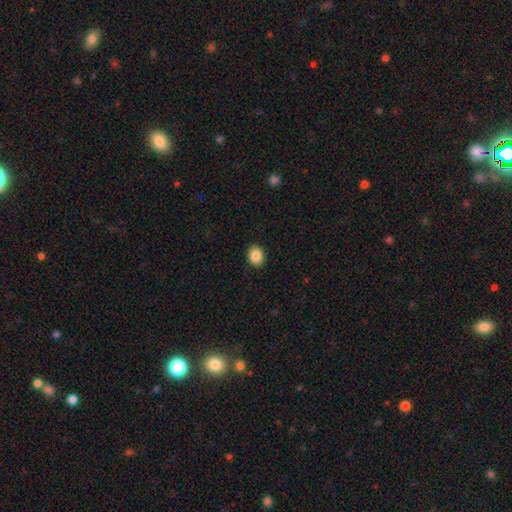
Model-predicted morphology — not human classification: Q: Smooth or featured?
A: smooth (87%); runner-up: star or artifact (9%)
Q: How rounded?
A: round (54%); runner-up: in between (46%)
Q: Merging?
A: none (91%); runner-up: minor disturbance (6%)